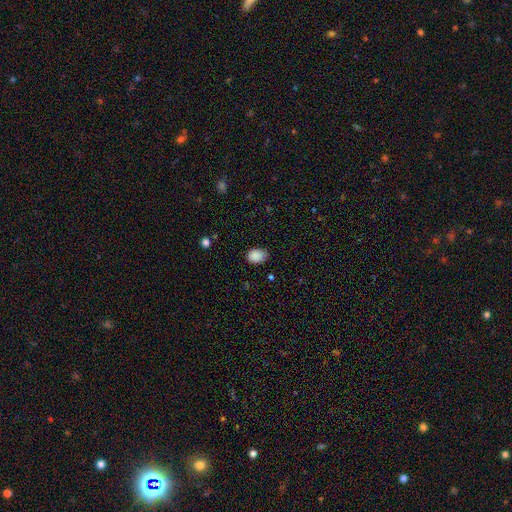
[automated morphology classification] Smooth or featured?
  - smooth: 88% *
  - star or artifact: 8%
  - featured or disk: 4%
How rounded?
  - in between: 76% *
  - round: 23%
  - cigar-shaped: 1%
Merging?
  - none: 76% *
  - minor disturbance: 20%
  - major disturbance: 3%
  - merger: 1%